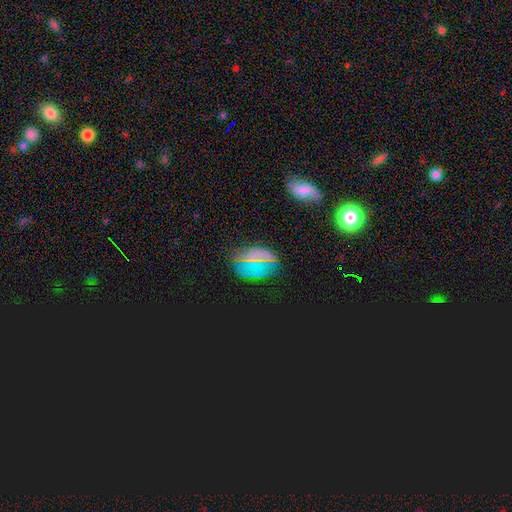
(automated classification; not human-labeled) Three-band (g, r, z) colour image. It shows a smooth galaxy with no disk features (53%) that is in between round and cigar-shaped (83%). Merging: none (75%).